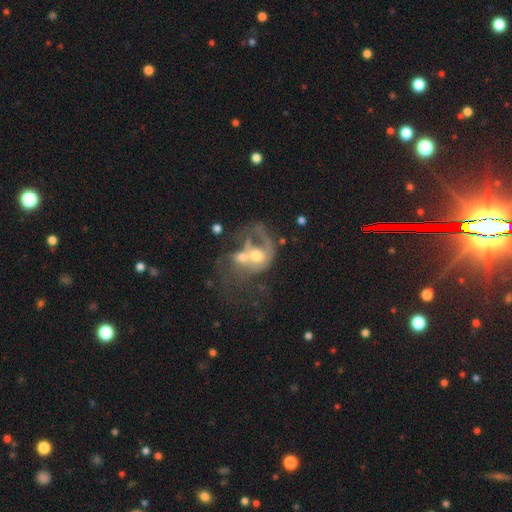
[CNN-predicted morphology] A featured or disk galaxy (63%) with no bar (76%), spiral arms (51%) and a moderate central bulge (63%).

Vote fractions:
- Smooth or featured? featured or disk: 63% / smooth: 27% / star or artifact: 10%
- Edge-on disk? no: 97% / yes: 3%
- Bar? no: 76% / weak: 19% / strong: 5%
- Spiral arms? yes: 51% / no: 49%
- Bulge size? moderate: 63% / large: 17% / small: 13% / none: 5% / dominant: 2%
- Merging? merger: 57% / major disturbance: 24% / none: 12% / minor disturbance: 7%